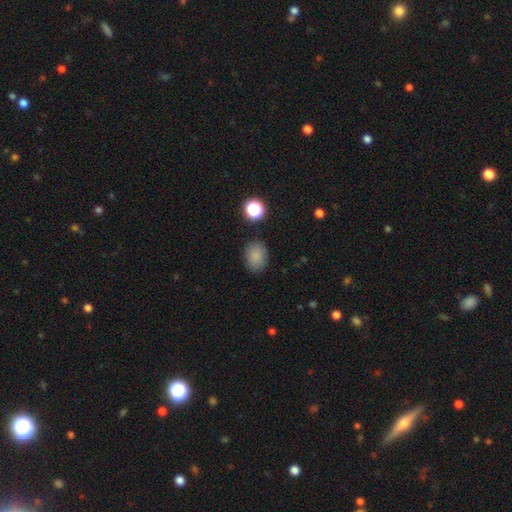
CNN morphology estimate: A smooth galaxy with no disk features (83%) that is in between round and cigar-shaped (61%). Merging: none (83%).